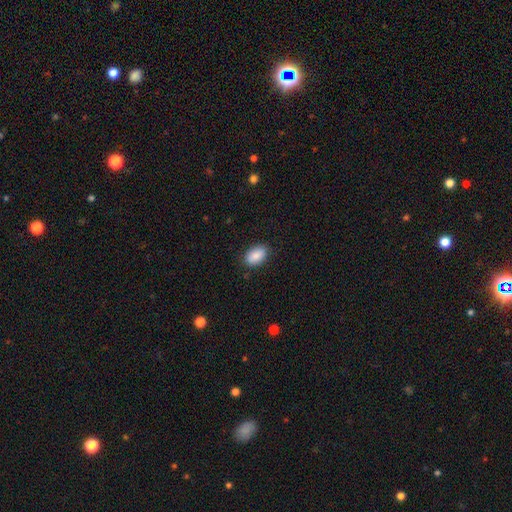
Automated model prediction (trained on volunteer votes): This is clearly a smooth galaxy (87%). How rounded: clearly in between (92%). Merging: clearly none (85%).